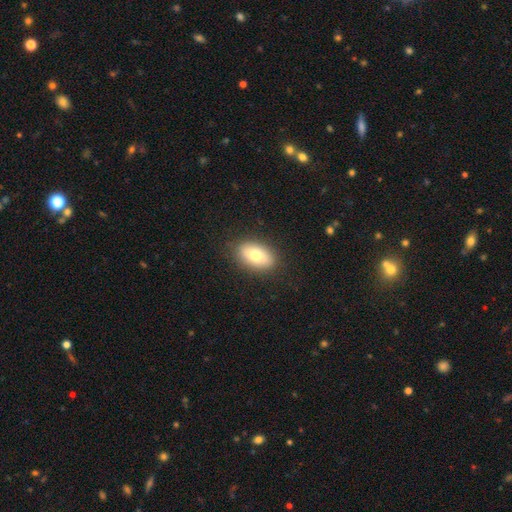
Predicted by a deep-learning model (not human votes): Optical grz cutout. It shows a smooth galaxy with no disk features (76%) that is in between round and cigar-shaped (91%). Merging: none (87%).